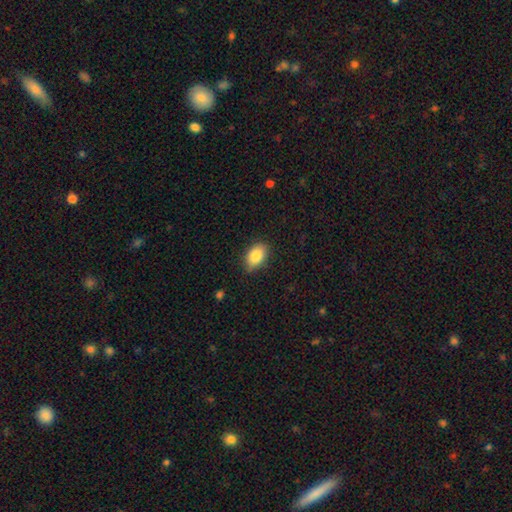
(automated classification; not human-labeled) This is clearly a smooth galaxy (86%). How rounded: clearly in between (88%). Merging: clearly none (80%).